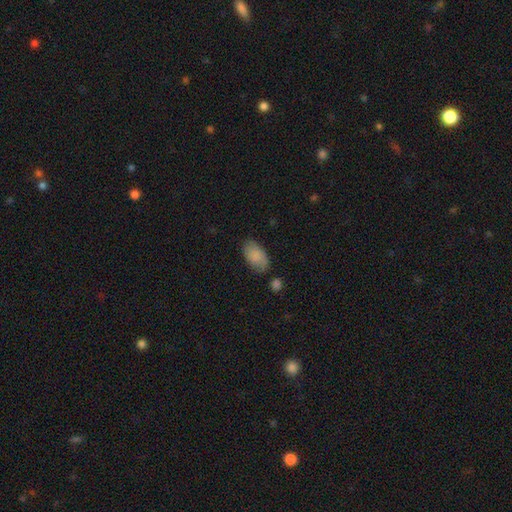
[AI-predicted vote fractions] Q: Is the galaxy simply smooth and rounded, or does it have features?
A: smooth — 83%.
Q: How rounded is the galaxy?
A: in between — 94%.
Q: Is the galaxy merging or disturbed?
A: none — 72%.